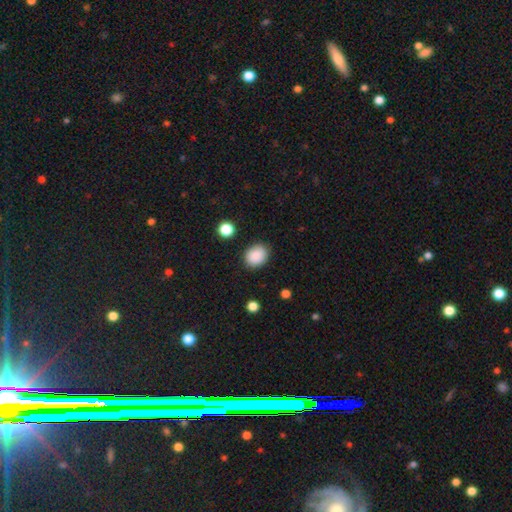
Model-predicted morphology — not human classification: The model was most divided on "how rounded": round: 52%, in between: 47%, cigar-shaped: 1%. More confident: smooth or featured — smooth (88%); merging — none (85%).